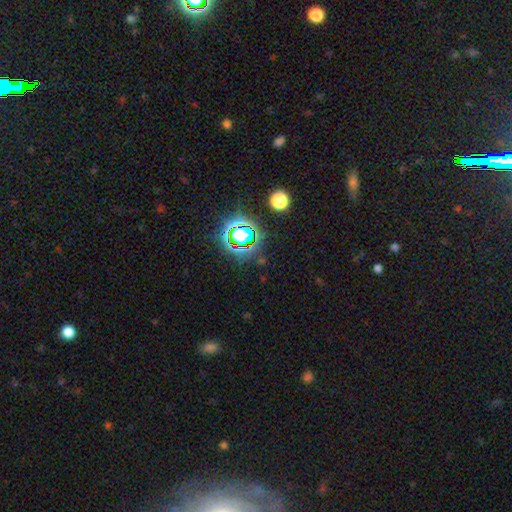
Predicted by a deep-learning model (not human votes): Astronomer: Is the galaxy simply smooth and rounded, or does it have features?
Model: star or artifact — 76%.